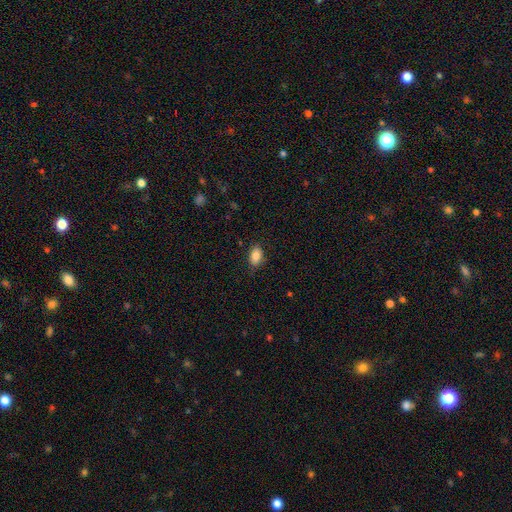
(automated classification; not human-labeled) Smooth or featured: smooth — 85% (star or artifact — 8%)
How rounded: in between — 88% (round — 10%)
Merging: none — 84% (minor disturbance — 12%)